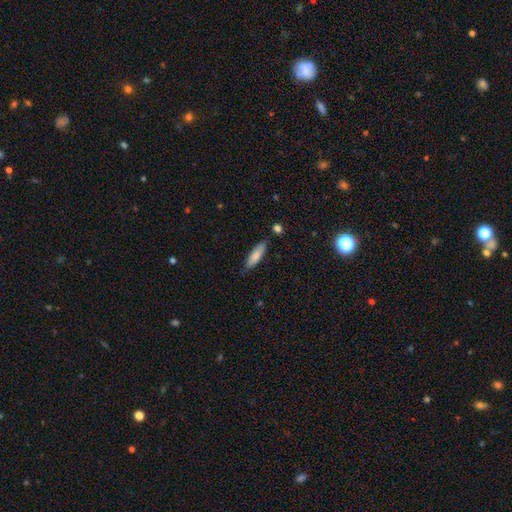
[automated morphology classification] smooth-or-featured: smooth: 80% | featured or disk: 14% | star or artifact: 6%
  how-rounded: cigar-shaped: 67% | in between: 31% | round: 1%
  merging: none: 79% | minor disturbance: 16% | major disturbance: 3% | merger: 3%